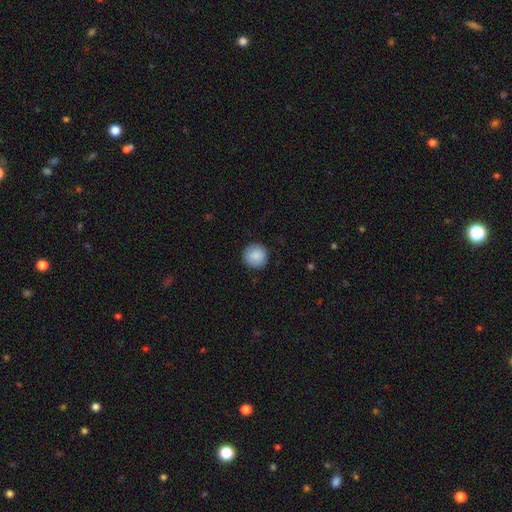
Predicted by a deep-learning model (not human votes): Morphology: type=smooth (88%); roundness=round (94%); merging=none (90%).